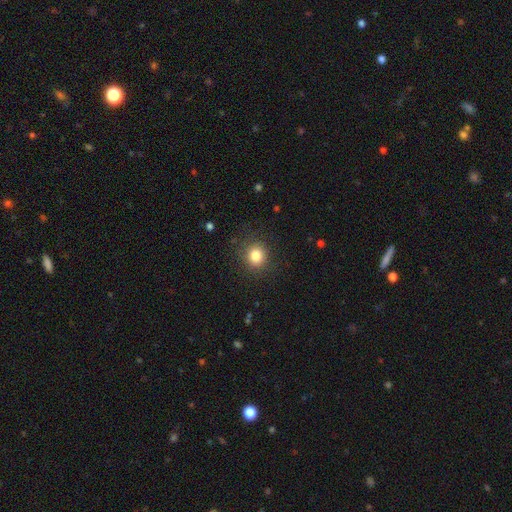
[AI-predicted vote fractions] smooth-or-featured: smooth: 82% | star or artifact: 12% | featured or disk: 6%
  how-rounded: round: 84% | in between: 15% | cigar-shaped: 1%
  merging: none: 87% | minor disturbance: 8% | major disturbance: 3% | merger: 1%